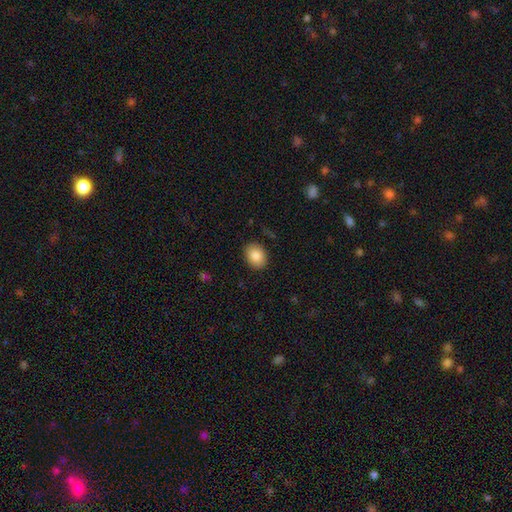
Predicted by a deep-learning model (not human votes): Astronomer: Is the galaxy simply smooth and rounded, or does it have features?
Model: smooth — 86%.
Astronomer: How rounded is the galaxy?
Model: in between — 67%.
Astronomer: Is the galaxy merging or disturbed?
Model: none — 88%.